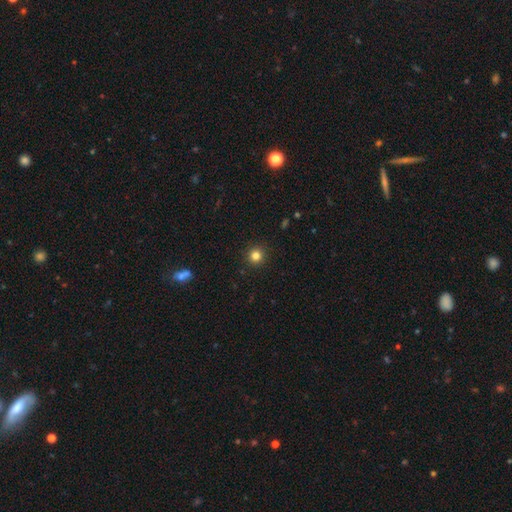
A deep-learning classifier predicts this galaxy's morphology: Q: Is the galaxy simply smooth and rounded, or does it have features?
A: smooth — 82%.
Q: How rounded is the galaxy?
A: round — 94%.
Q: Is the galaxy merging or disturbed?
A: none — 93%.